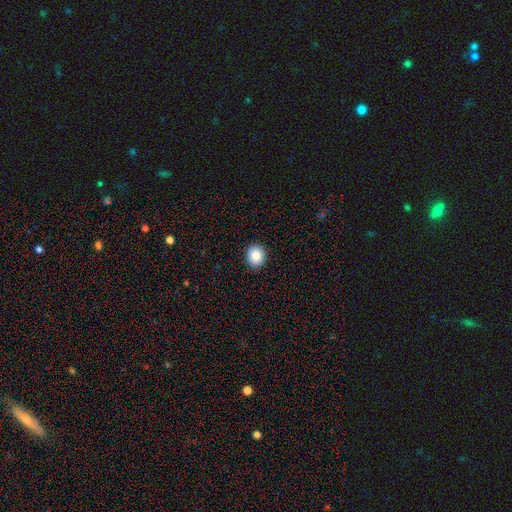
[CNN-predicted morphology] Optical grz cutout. It shows a smooth galaxy with no disk features (84%) that is round (74%). Merging: none (92%).